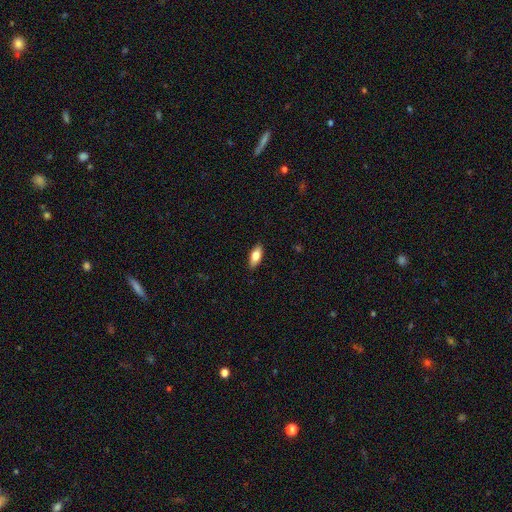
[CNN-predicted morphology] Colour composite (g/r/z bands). It shows a smooth galaxy with no disk features (77%) that is in between round and cigar-shaped (82%). Merging: none (89%).